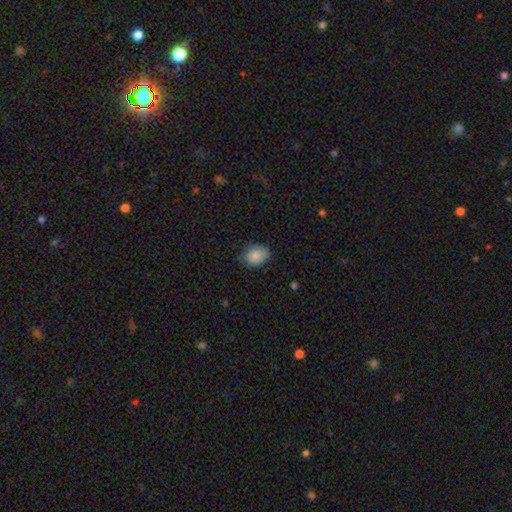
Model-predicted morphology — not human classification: type=smooth (88%); roundness=in between (62%); merging=none (75%).